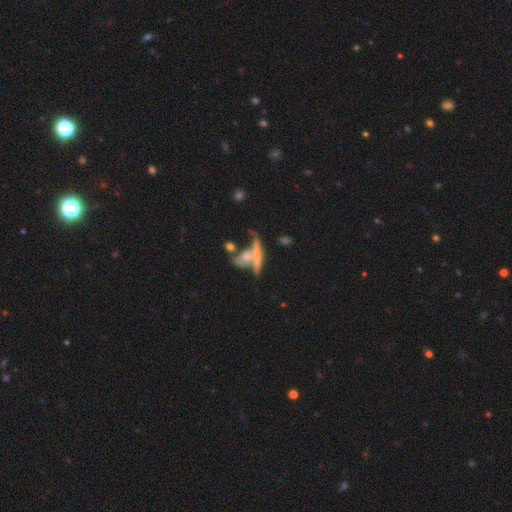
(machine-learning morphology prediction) Smooth or featured? Predicted: featured or disk (p=0.48). Merging? Predicted: merger (p=0.45).